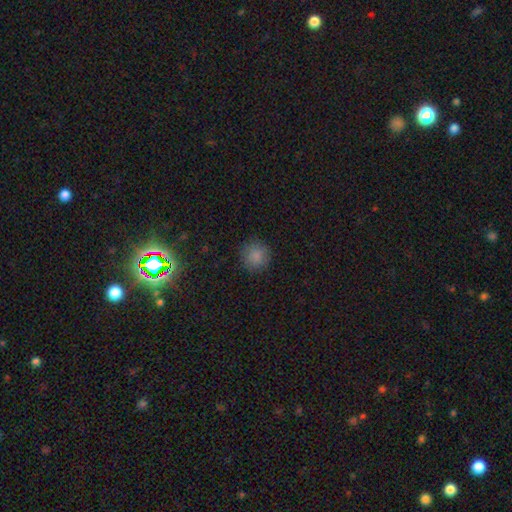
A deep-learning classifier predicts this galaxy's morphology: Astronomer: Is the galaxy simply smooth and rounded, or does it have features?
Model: smooth — 85%.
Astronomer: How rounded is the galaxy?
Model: round — 94%.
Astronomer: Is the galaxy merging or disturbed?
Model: none — 88%.